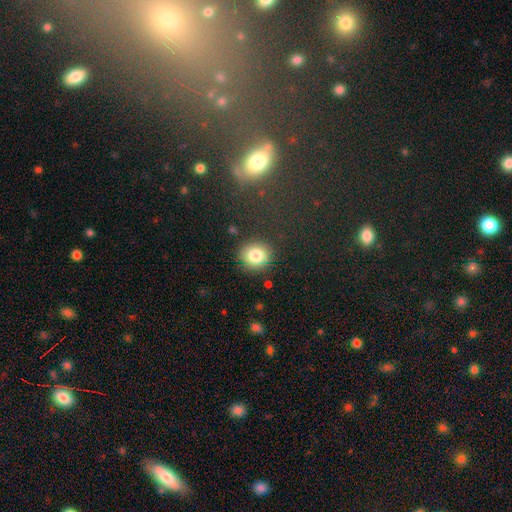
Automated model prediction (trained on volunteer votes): This appears to be a smooth galaxy with no disk features (81%) that is round (82%). Merging: none (87%).